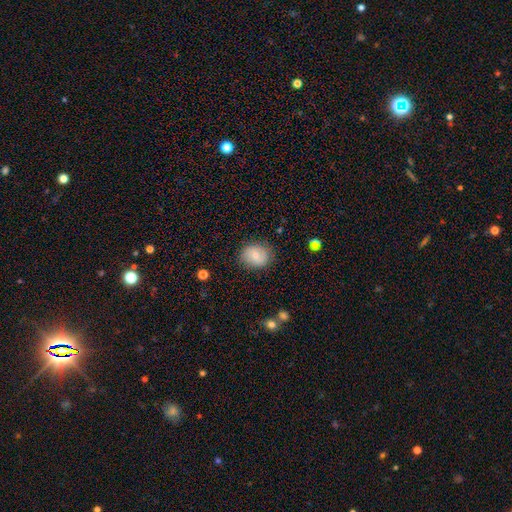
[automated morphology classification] This is likely a smooth galaxy (67%). How rounded: likely round (64%). Merging: clearly none (81%).